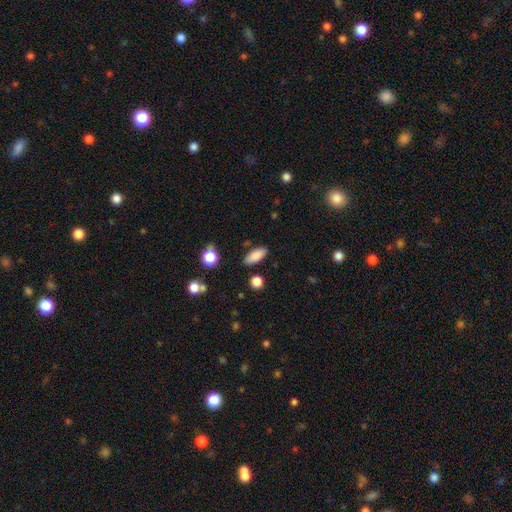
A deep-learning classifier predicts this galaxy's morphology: Smooth or featured? smooth (84%)
How rounded? in between (79%)
Merging? none (84%)